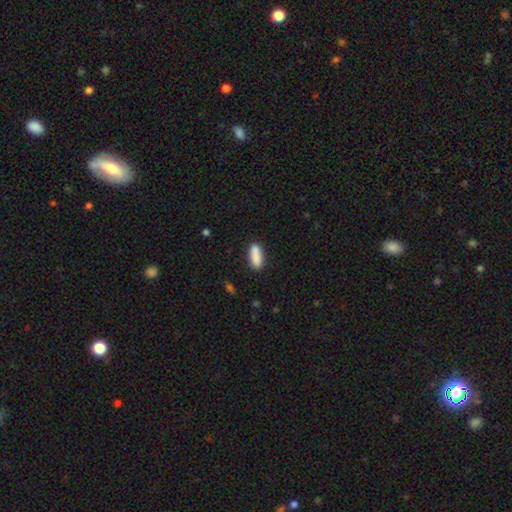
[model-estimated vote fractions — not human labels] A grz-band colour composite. It shows a smooth galaxy with no disk features (87%) that is in between round and cigar-shaped (59%). Merging: none (81%).